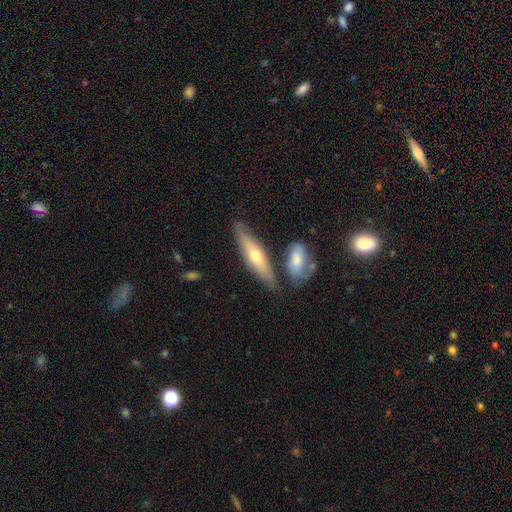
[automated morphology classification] Smooth or featured: smooth — 48% (featured or disk — 47%)
Merging: none — 73% (minor disturbance — 14%)